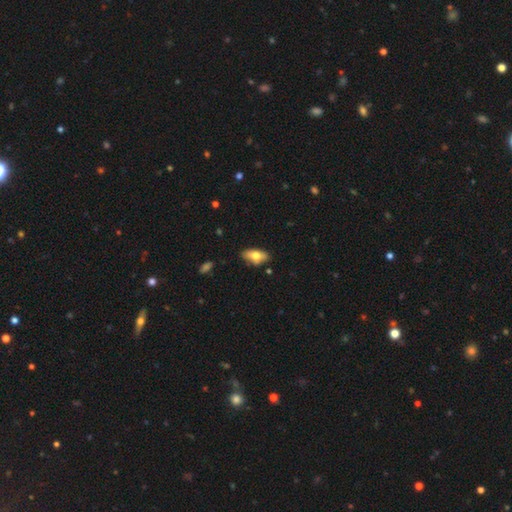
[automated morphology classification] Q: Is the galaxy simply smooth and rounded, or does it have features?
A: smooth — 67%.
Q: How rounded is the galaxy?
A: in between — 88%.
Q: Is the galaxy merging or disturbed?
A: none — 72%.